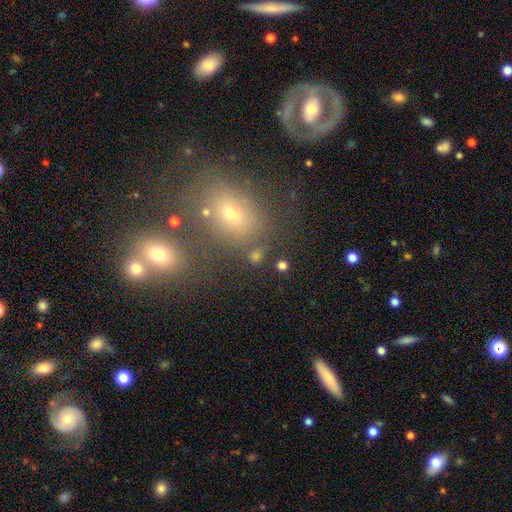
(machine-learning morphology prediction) A smooth galaxy with no disk features (69%) that is round (70%).

Vote fractions:
- Smooth or featured? smooth: 69% / star or artifact: 21% / featured or disk: 10%
- How rounded? round: 70% / in between: 28% / cigar-shaped: 2%
- Merging? none: 76% / minor disturbance: 10% / merger: 9% / major disturbance: 5%